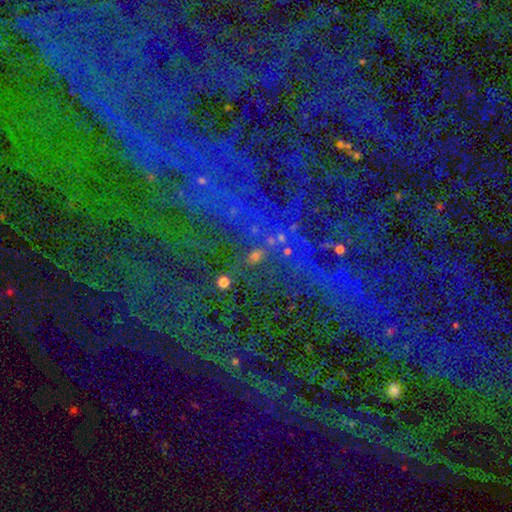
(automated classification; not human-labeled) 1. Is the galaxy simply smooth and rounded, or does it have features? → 71% star or artifact, 17% smooth, 13% featured or disk.